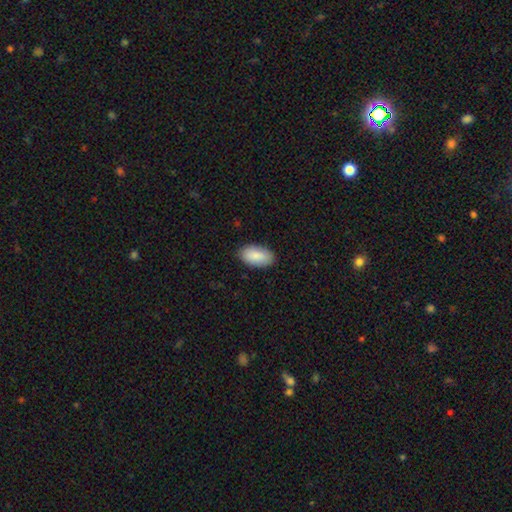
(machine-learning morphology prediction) Smooth or featured?
  - smooth: 88% *
  - featured or disk: 6%
  - star or artifact: 6%
How rounded?
  - in between: 95% *
  - round: 3%
  - cigar-shaped: 2%
Merging?
  - none: 87% *
  - minor disturbance: 10%
  - major disturbance: 2%
  - merger: 1%